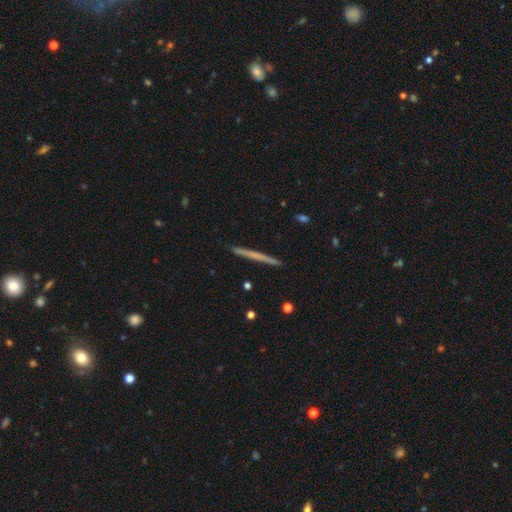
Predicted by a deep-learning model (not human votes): Smooth or featured? Predicted: smooth (p=0.48). Merging? Predicted: none (p=0.92).